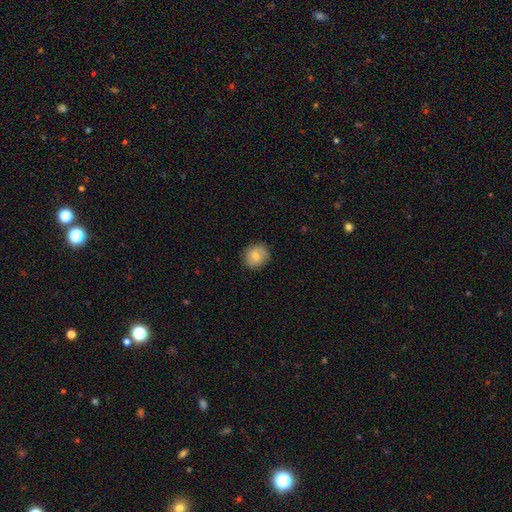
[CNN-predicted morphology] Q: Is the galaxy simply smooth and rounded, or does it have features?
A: smooth — 71%.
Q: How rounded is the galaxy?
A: round — 80%.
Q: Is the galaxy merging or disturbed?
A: none — 85%.